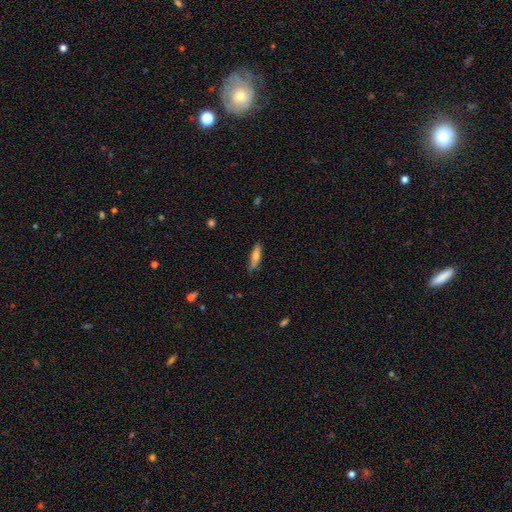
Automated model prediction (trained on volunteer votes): This is likely a smooth galaxy (68%). How rounded: likely cigar-shaped (65%). Merging: likely none (78%).